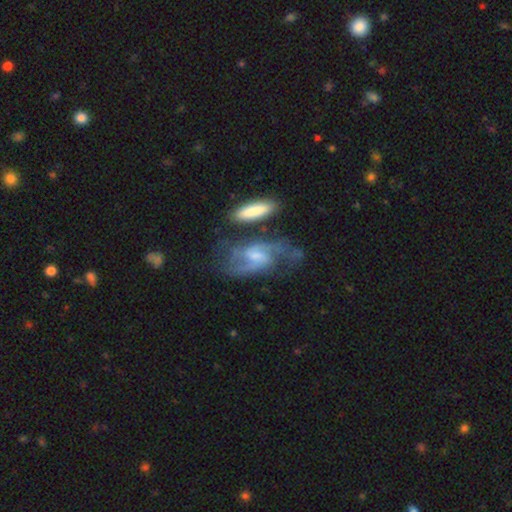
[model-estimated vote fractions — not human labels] Smooth or featured: featured or disk — 82% (smooth — 12%)
Edge-on disk: no — 94% (yes — 6%)
Bar: weak — 52% (no — 31%)
Spiral arms: yes — 94% (no — 6%)
Spiral winding: medium — 49% (loose — 36%)
Spiral arm count: 2 — 83% (can't tell — 8%)
Bulge size: small — 46% (moderate — 35%)
Merging: none — 52% (minor disturbance — 20%)